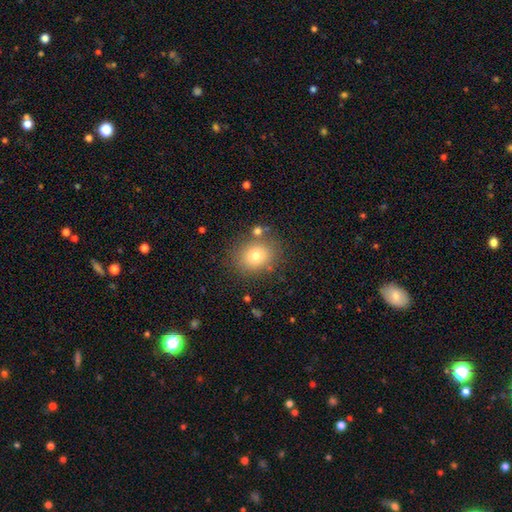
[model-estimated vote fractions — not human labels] Smooth or featured?
  - smooth: 76% *
  - star or artifact: 12%
  - featured or disk: 12%
How rounded?
  - round: 68% *
  - in between: 31%
  - cigar-shaped: 1%
Merging?
  - none: 79% *
  - minor disturbance: 11%
  - merger: 6%
  - major disturbance: 4%